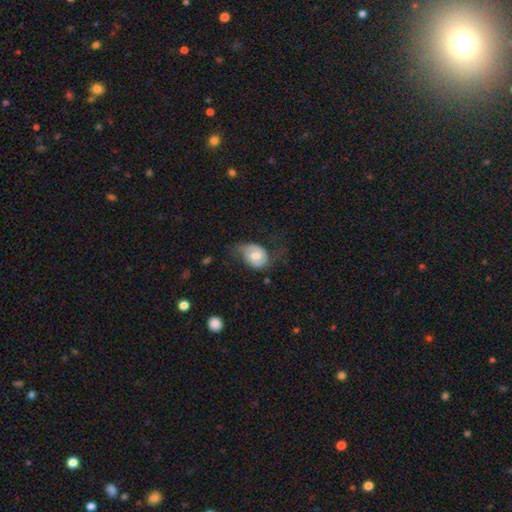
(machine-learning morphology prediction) This appears to be a smooth galaxy with no disk features (49%). Merging: none (38%).